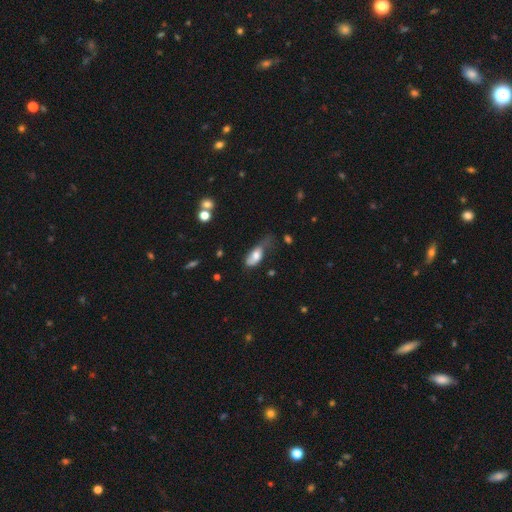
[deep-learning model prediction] smooth_or_featured: smooth (p=0.70) [alt: featured or disk p=0.22]
how_rounded: in between (p=0.84) [alt: cigar-shaped p=0.12]
merging: minor disturbance (p=0.38) [alt: major disturbance p=0.35]